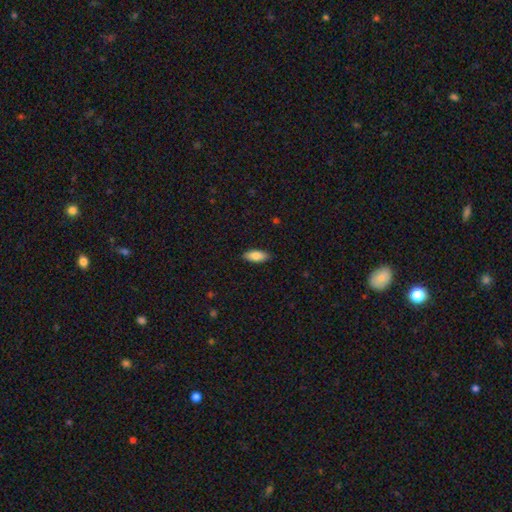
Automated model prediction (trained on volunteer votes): smooth_or_featured: smooth (p=0.83) [alt: featured or disk p=0.11]
how_rounded: in between (p=0.82) [alt: cigar-shaped p=0.16]
merging: none (p=0.88) [alt: minor disturbance p=0.09]